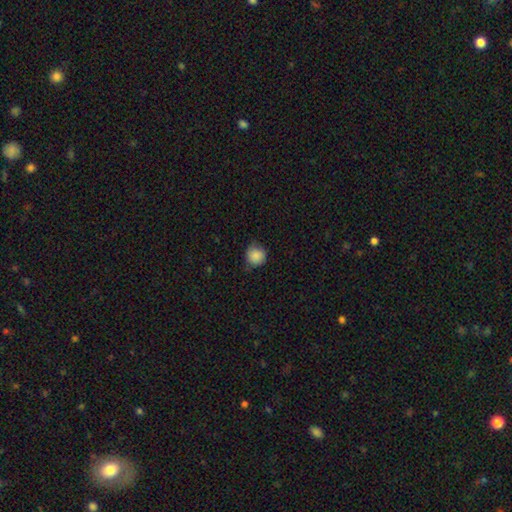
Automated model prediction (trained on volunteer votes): This is clearly a smooth galaxy (87%). How rounded: clearly round (91%). Merging: likely none (72%).